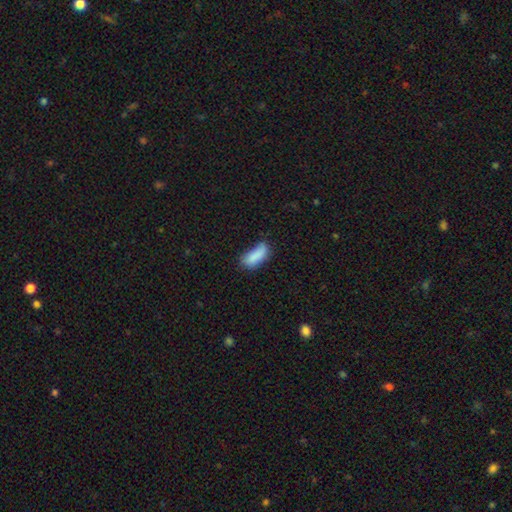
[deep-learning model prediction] The model was most divided on "merging": none: 52%, minor disturbance: 33%, major disturbance: 11%, merger: 5%. More confident: smooth or featured — smooth (85%); how rounded — in between (80%).